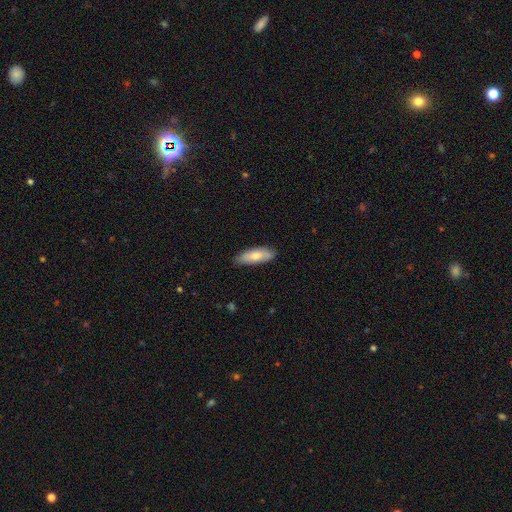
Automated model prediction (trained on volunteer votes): Smooth or featured? smooth (72%)
How rounded? in between (64%)
Merging? none (84%)